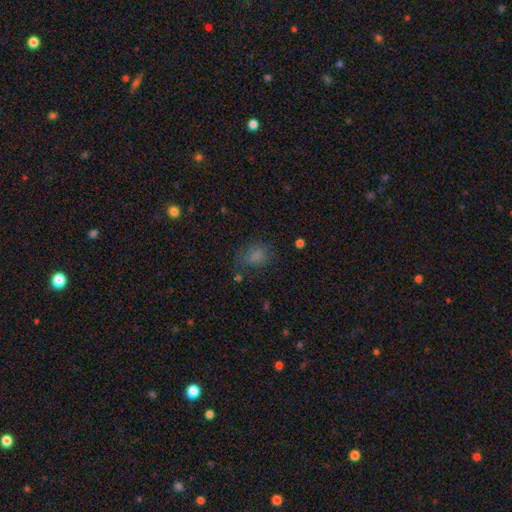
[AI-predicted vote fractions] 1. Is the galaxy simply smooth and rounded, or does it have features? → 75% smooth, 17% star or artifact, 9% featured or disk.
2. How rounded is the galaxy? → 59% in between, 39% round, 1% cigar-shaped.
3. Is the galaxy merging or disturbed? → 63% none, 22% minor disturbance, 11% major disturbance, 3% merger.